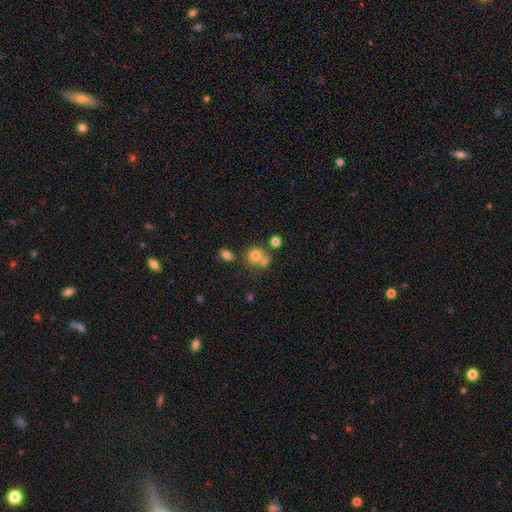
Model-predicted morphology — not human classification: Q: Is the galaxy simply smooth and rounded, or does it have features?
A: smooth — 74%.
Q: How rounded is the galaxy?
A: round — 68%.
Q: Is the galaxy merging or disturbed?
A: none — 45%.